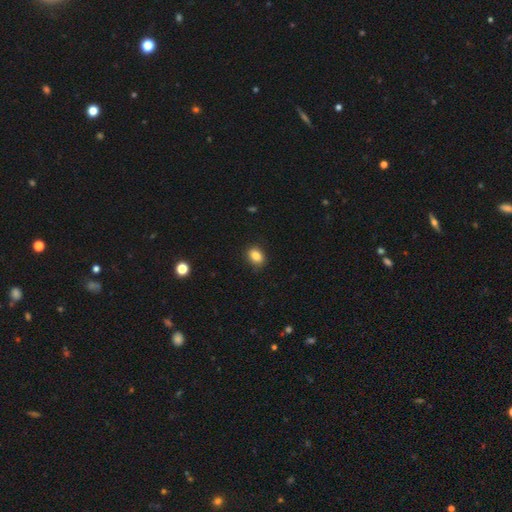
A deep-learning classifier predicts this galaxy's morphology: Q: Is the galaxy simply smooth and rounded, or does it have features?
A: smooth — 86%.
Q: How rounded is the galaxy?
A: in between — 67%.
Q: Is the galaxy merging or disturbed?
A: none — 84%.